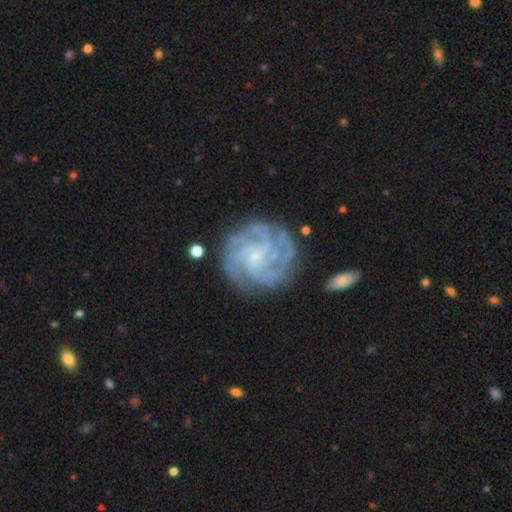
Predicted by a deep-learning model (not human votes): Smooth or featured?
  - featured or disk: 87% *
  - smooth: 7%
  - star or artifact: 6%
Edge-on disk?
  - no: 98% *
  - yes: 2%
Bar?
  - no: 59% *
  - weak: 33%
  - strong: 8%
Spiral arms?
  - yes: 97% *
  - no: 3%
Spiral winding?
  - tight: 68% *
  - medium: 27%
  - loose: 5%
Spiral arm count?
  - 4: 39% *
  - can't tell: 17%
  - more than 4: 15%
  - 3: 15%
  - 2: 7%
  - 1: 6%
Bulge size?
  - small: 75% *
  - moderate: 13%
  - none: 9%
  - large: 1%
  - dominant: 1%
Merging?
  - none: 79% *
  - minor disturbance: 14%
  - major disturbance: 5%
  - merger: 2%